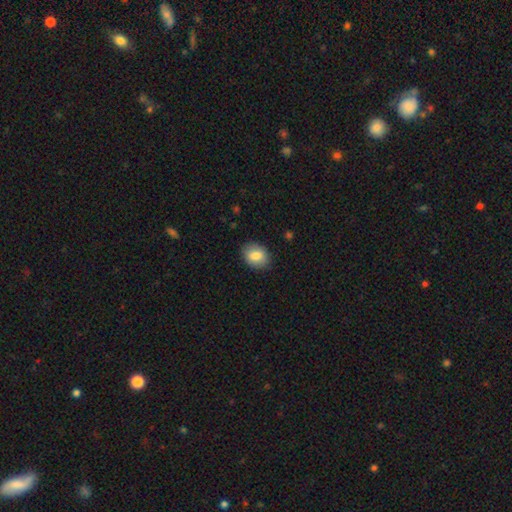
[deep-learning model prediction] Smooth or featured? smooth (81%)
How rounded? in between (59%)
Merging? none (86%)